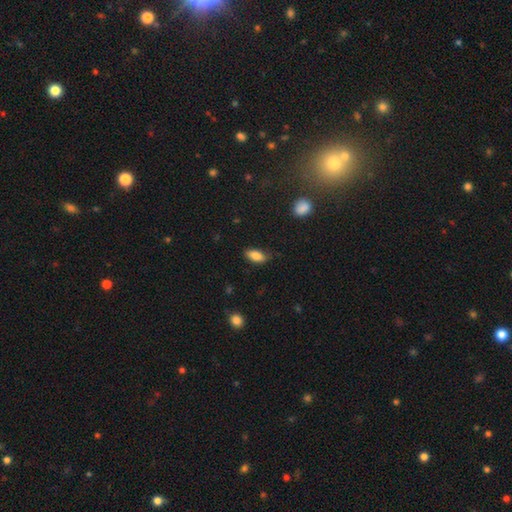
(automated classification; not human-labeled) A smooth galaxy with no disk features (84%) that is in between round and cigar-shaped (87%).

Vote fractions:
- Smooth or featured? smooth: 84% / featured or disk: 8% / star or artifact: 8%
- How rounded? in between: 87% / cigar-shaped: 10% / round: 3%
- Merging? none: 77% / minor disturbance: 19% / major disturbance: 3% / merger: 1%